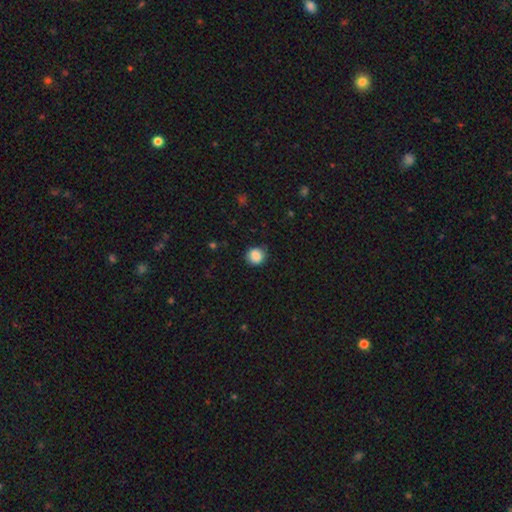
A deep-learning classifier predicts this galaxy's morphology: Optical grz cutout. It shows a smooth galaxy with no disk features (87%) that is round (88%). Merging: none (84%).